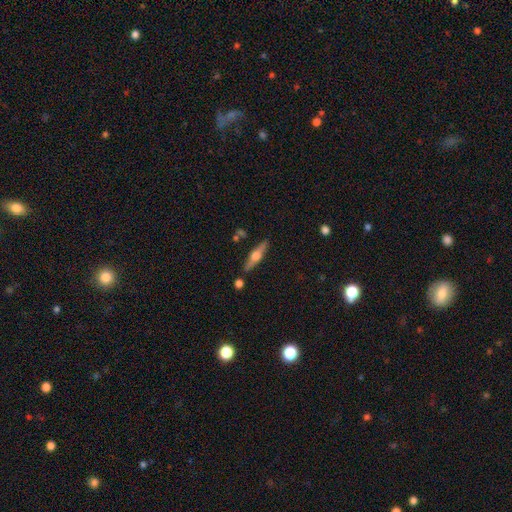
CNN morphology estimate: A featured or disk galaxy (67%) viewed edge-on (96%) with a rounded central bulge (91%).

Vote fractions:
- Smooth or featured? featured or disk: 67% / smooth: 27% / star or artifact: 6%
- Edge-on disk? yes: 96% / no: 4%
- Edge-on bulge? rounded: 91% / boxy: 7% / none: 2%
- Merging? none: 84% / minor disturbance: 9% / merger: 5% / major disturbance: 2%